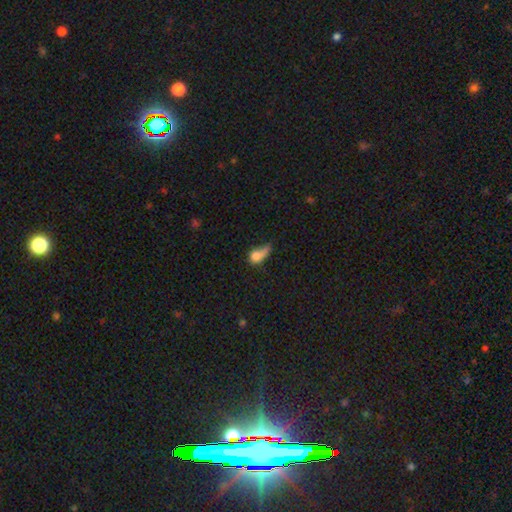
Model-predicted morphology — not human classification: Smooth or featured? Predicted: smooth (p=0.71). How rounded? Predicted: in between (p=0.61). Merging? Predicted: major disturbance (p=0.39).